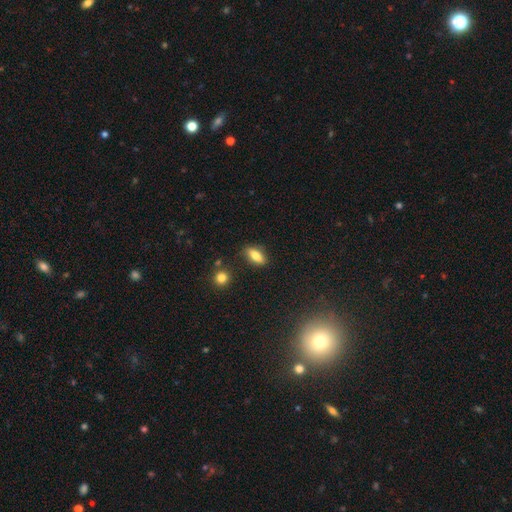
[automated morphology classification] type=smooth (77%); roundness=in between (77%); merging=none (84%).